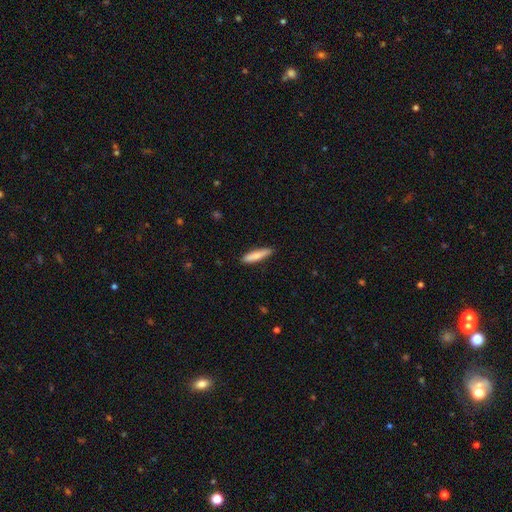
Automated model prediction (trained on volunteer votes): Morphology: type=smooth (78%); roundness=cigar-shaped (84%); merging=none (88%).